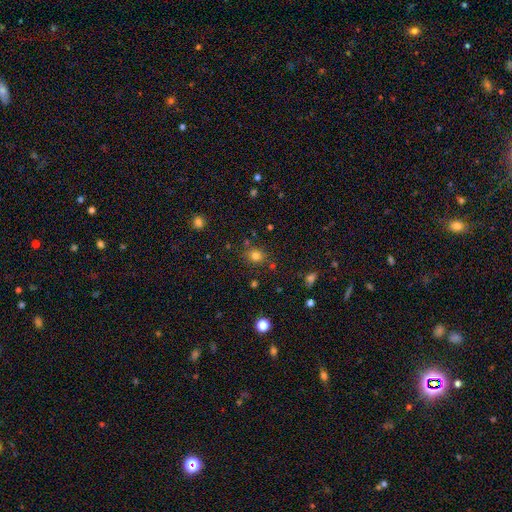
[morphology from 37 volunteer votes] Volunteers were most divided on "how rounded": round: 66%, in between: 34%, cigar-shaped: 0%. More confident: merging — none (89%); smooth or featured — smooth (86%).